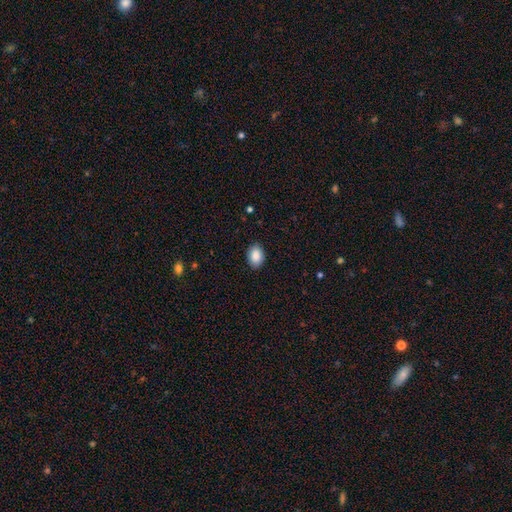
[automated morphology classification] A smooth galaxy with no disk features (89%) that is in between round and cigar-shaped (81%).

Vote fractions:
- Smooth or featured? smooth: 89% / star or artifact: 7% / featured or disk: 4%
- How rounded? in between: 81% / round: 18% / cigar-shaped: 1%
- Merging? none: 87% / minor disturbance: 10% / major disturbance: 2% / merger: 1%